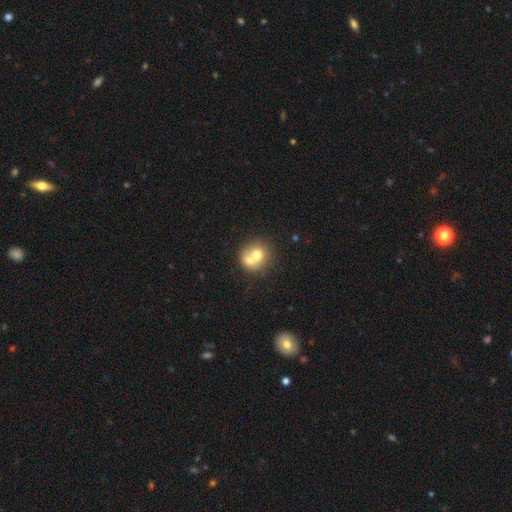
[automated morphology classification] smooth-or-featured: smooth: 66% | featured or disk: 25% | star or artifact: 10%
  how-rounded: round: 82% | in between: 17% | cigar-shaped: 1%
  merging: merger: 58% | none: 32% | minor disturbance: 7% | major disturbance: 3%